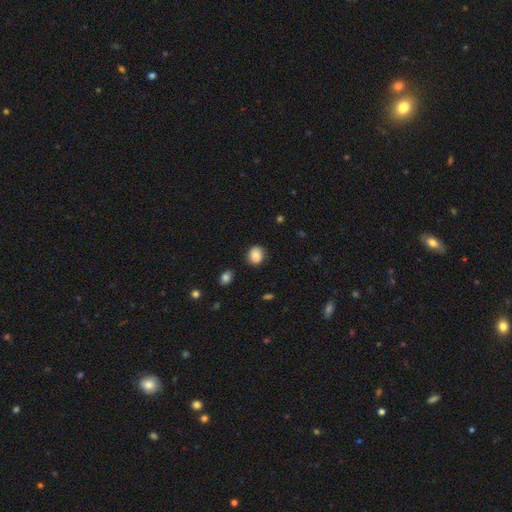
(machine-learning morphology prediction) Smooth or featured? smooth (85%)
How rounded? round (65%)
Merging? none (77%)